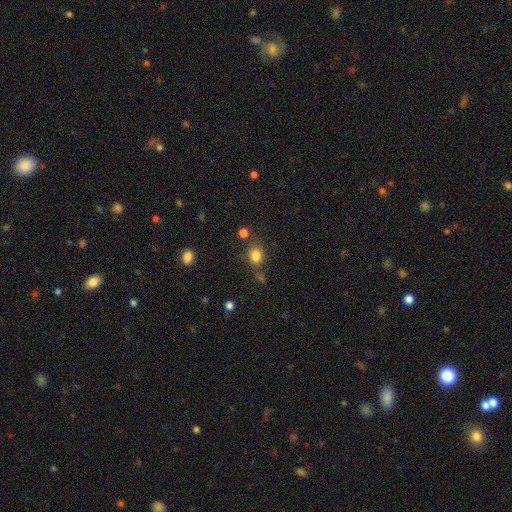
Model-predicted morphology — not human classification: This appears to be a smooth galaxy with no disk features (81%) that is round (50%). Merging: none (62%).